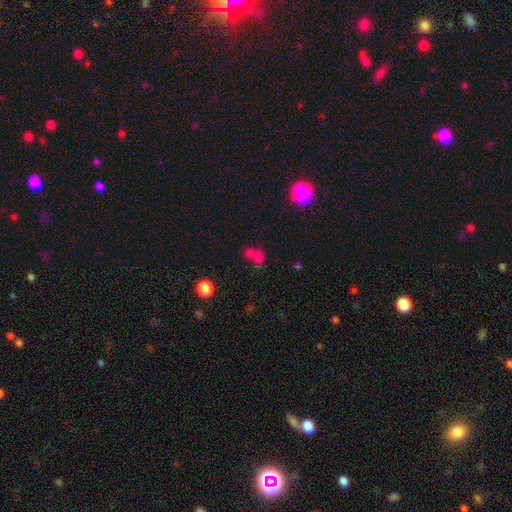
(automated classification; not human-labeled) Smooth or featured?
  - smooth: 65% *
  - star or artifact: 22%
  - featured or disk: 13%
How rounded?
  - round: 57% *
  - in between: 41%
  - cigar-shaped: 2%
Merging?
  - merger: 57% *
  - none: 29%
  - minor disturbance: 8%
  - major disturbance: 6%